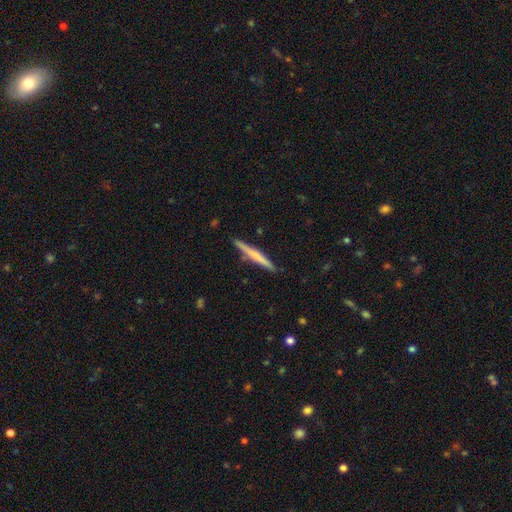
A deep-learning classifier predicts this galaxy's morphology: Smooth or featured? featured or disk (48%)
Merging? none (89%)